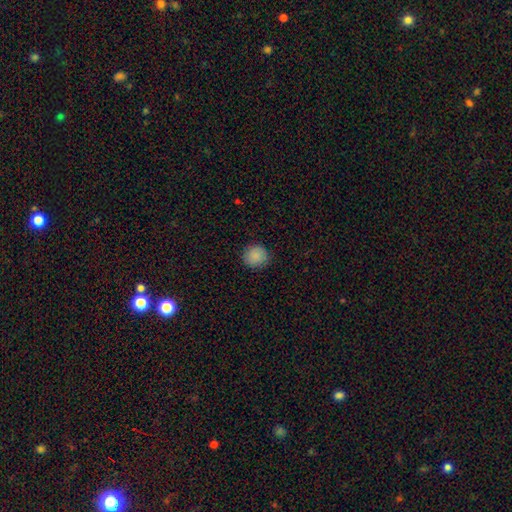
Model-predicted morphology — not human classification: smooth-or-featured: smooth: 88% | star or artifact: 8% | featured or disk: 4%
  how-rounded: round: 92% | in between: 8% | cigar-shaped: 1%
  merging: none: 89% | minor disturbance: 8% | major disturbance: 2% | merger: 1%